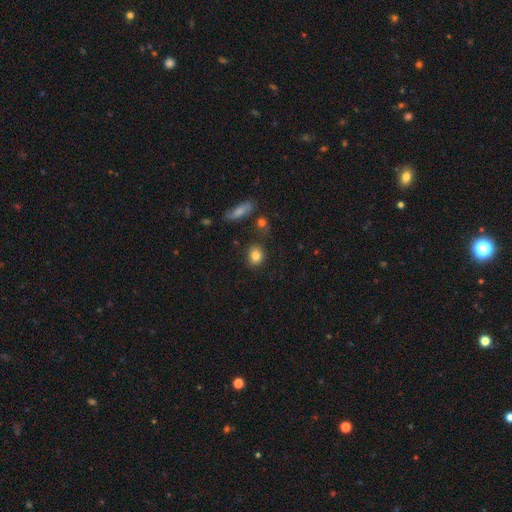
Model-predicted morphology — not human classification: smooth_or_featured: smooth (p=0.83) [alt: star or artifact p=0.09]
how_rounded: round (p=0.60) [alt: in between p=0.38]
merging: none (p=0.79) [alt: minor disturbance p=0.13]